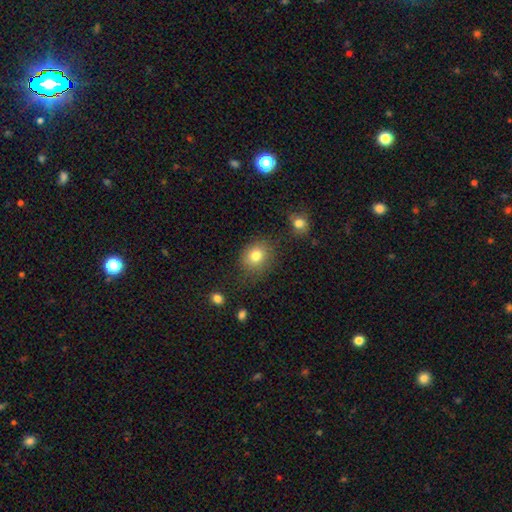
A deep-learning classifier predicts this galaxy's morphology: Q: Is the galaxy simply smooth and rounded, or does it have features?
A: smooth — 80%.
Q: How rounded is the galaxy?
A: round — 63%.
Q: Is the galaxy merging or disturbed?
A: none — 77%.